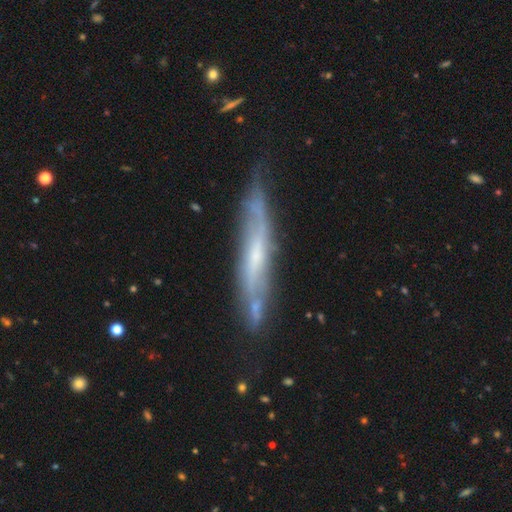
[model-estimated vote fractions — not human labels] This is likely a featured or disk galaxy (70%). It is likely viewed edge-on (63%). Merging: likely none (69%).